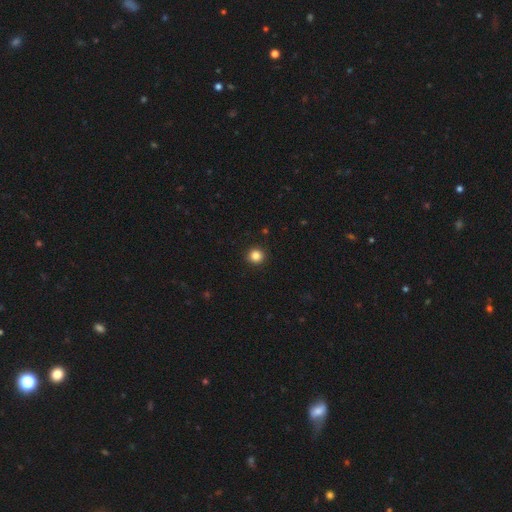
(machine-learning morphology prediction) Smooth or featured? smooth (86%)
How rounded? round (94%)
Merging? none (93%)